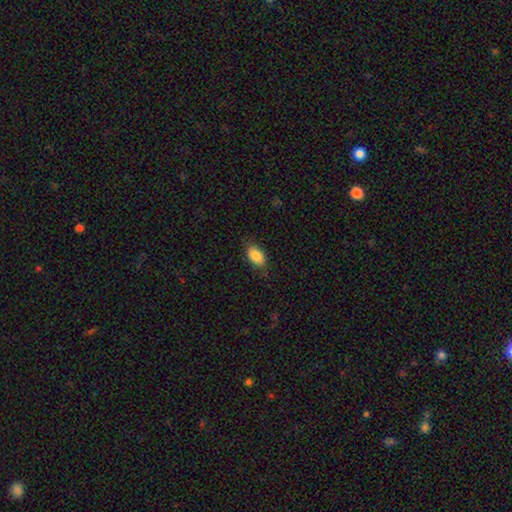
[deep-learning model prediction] smooth-or-featured: smooth: 84% | featured or disk: 9% | star or artifact: 7%
  how-rounded: in between: 92% | round: 6% | cigar-shaped: 2%
  merging: none: 81% | minor disturbance: 15% | major disturbance: 3% | merger: 1%